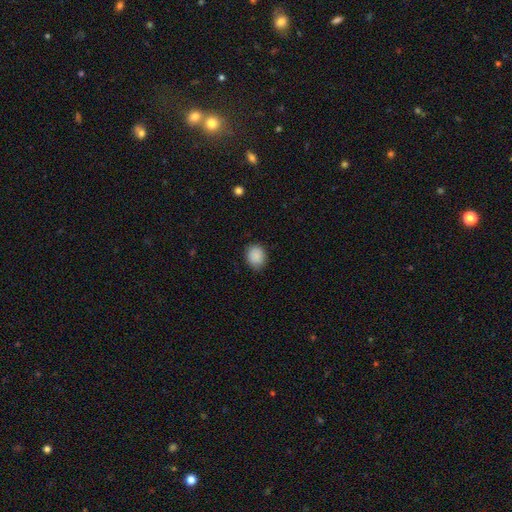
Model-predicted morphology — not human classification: Smooth or featured? smooth (89%)
How rounded? round (64%)
Merging? none (82%)